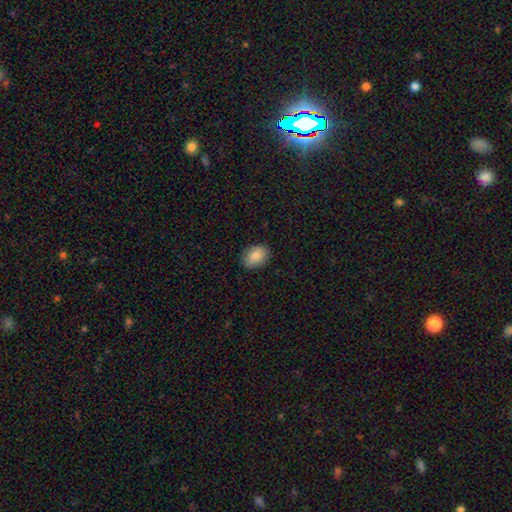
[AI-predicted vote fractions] Smooth or featured?
  - smooth: 86% *
  - star or artifact: 7%
  - featured or disk: 7%
How rounded?
  - in between: 79% *
  - round: 20%
  - cigar-shaped: 1%
Merging?
  - none: 85% *
  - minor disturbance: 12%
  - major disturbance: 3%
  - merger: 1%